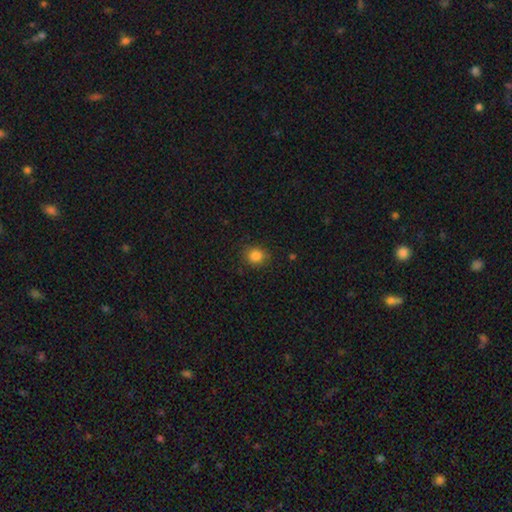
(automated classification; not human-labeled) A smooth galaxy with no disk features (85%) that is round (80%). Merging: none (86%).